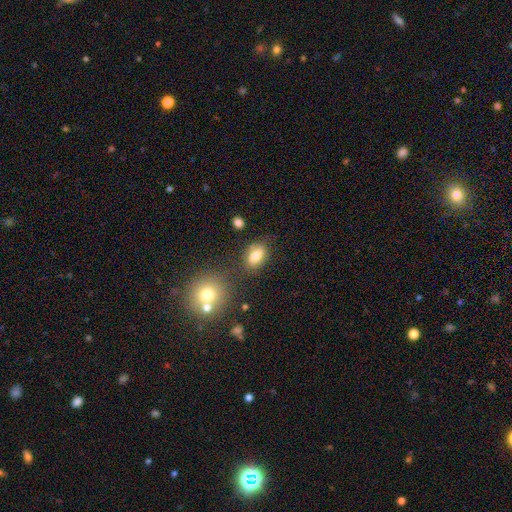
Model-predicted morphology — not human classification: type=smooth (79%); roundness=in between (83%); merging=none (74%).